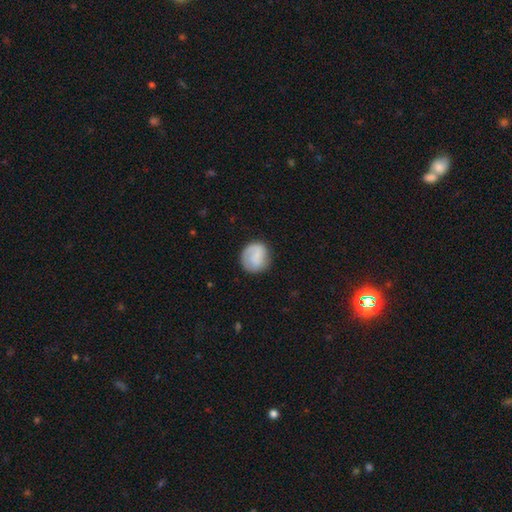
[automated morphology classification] The model was most divided on "smooth or featured": smooth: 69%, featured or disk: 24%, star or artifact: 7%. More confident: how rounded — round (84%); merging — none (76%).